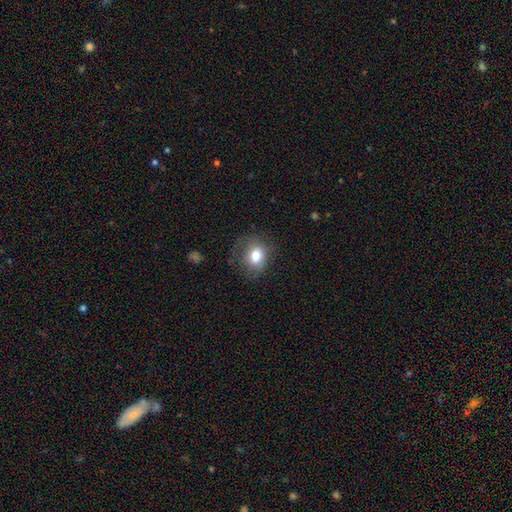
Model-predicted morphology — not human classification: smooth_or_featured: smooth (p=0.78) [alt: featured or disk p=0.12]
how_rounded: in between (p=0.53) [alt: round p=0.46]
merging: none (p=0.67) [alt: minor disturbance p=0.21]